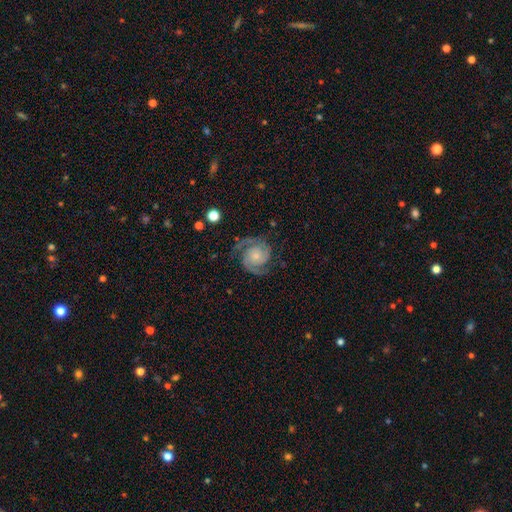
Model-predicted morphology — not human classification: The model was most divided on "spiral winding": tight: 48%, medium: 44%, loose: 8%. More confident: spiral arms — yes (98%); edge-on disk — no (98%); smooth or featured — featured or disk (91%); spiral arm count — 2 (90%); merging — none (78%); bar — no (76%); bulge size — small (66%).